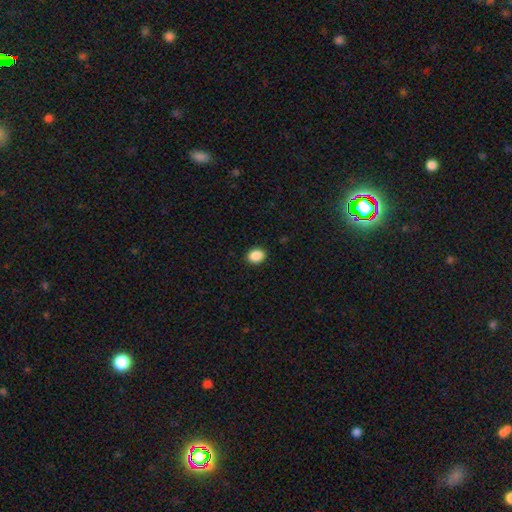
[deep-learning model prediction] A smooth galaxy with no disk features (89%) that is in between round and cigar-shaped (60%). Merging: none (91%).